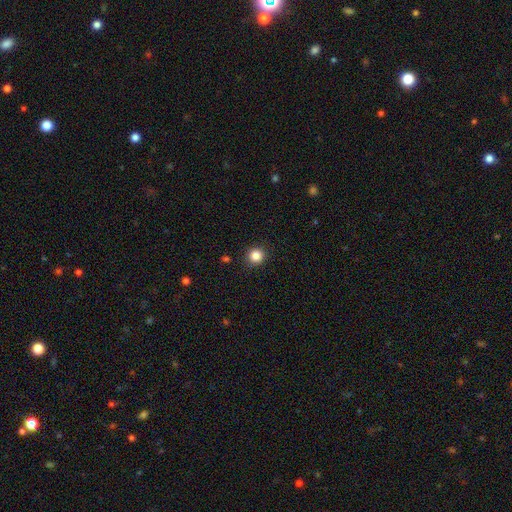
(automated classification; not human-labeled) This is clearly a smooth galaxy (85%). How rounded: clearly round (92%). Merging: clearly none (91%).